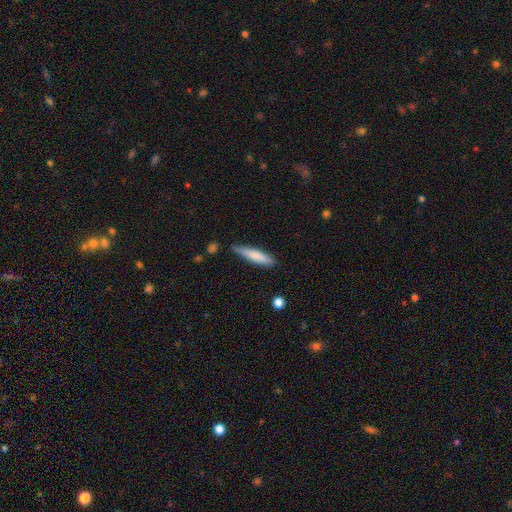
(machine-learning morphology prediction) smooth 74%, featured or disk 20%, star or artifact 6%. Down the decision tree: how rounded — cigar-shaped (85%); merging — none (72%).